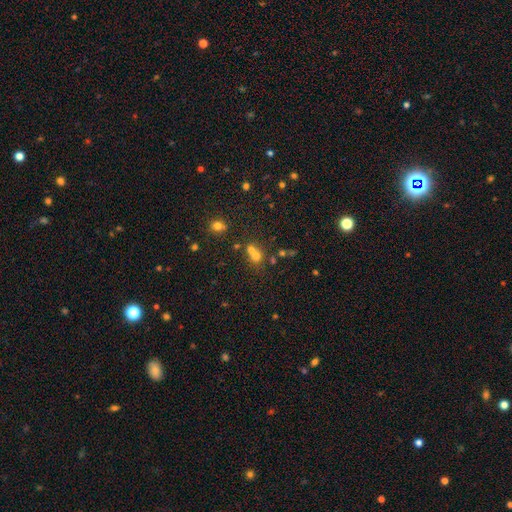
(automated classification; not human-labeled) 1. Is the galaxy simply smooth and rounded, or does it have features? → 62% smooth, 21% star or artifact, 17% featured or disk.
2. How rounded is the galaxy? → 73% round, 26% in between, 1% cigar-shaped.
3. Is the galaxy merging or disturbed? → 57% merger, 33% none, 7% minor disturbance, 4% major disturbance.